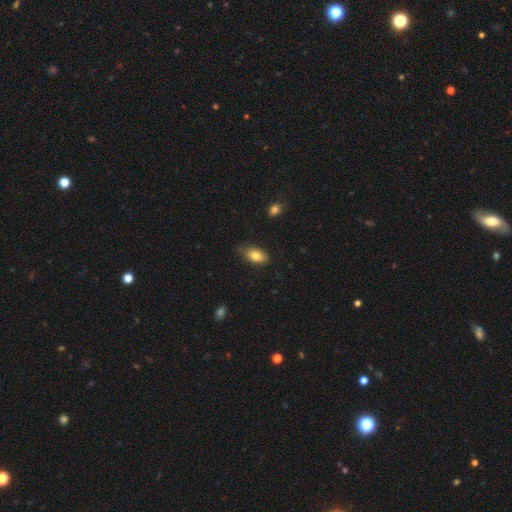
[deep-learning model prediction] A smooth galaxy with no disk features (82%) that is in between round and cigar-shaped (90%). Merging: none (71%).